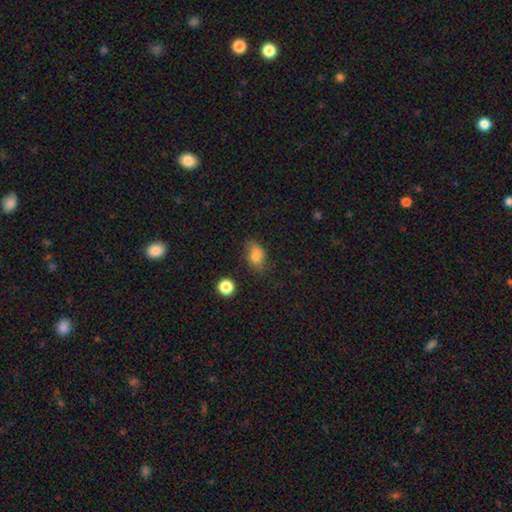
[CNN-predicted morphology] A smooth galaxy with no disk features (76%) that is in between round and cigar-shaped (80%).

Vote fractions:
- Smooth or featured? smooth: 76% / featured or disk: 13% / star or artifact: 11%
- How rounded? in between: 80% / round: 18% / cigar-shaped: 3%
- Merging? none: 62% / minor disturbance: 27% / major disturbance: 8% / merger: 4%